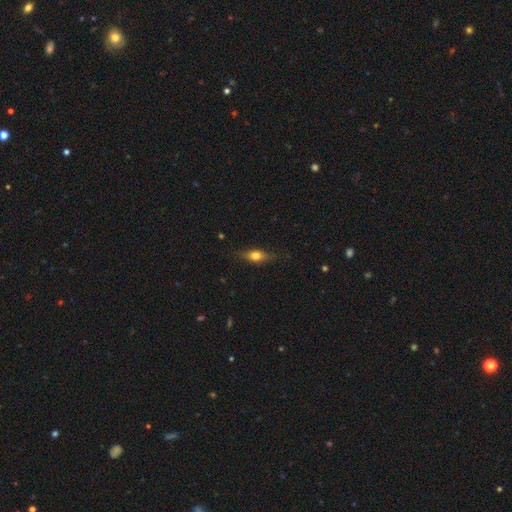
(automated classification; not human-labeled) Overall: smooth (62%; featured or disk 30%). How rounded: in between (64%; cigar-shaped 29%). Merging: none (80%).